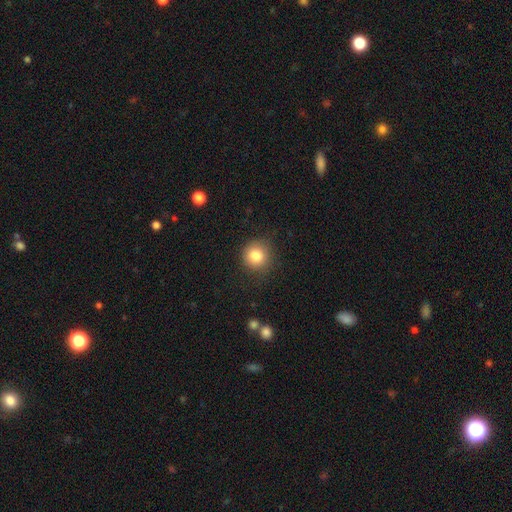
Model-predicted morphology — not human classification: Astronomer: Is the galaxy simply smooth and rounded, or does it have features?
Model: smooth — 83%.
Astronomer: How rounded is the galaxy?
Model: round — 91%.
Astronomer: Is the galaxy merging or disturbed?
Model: none — 84%.